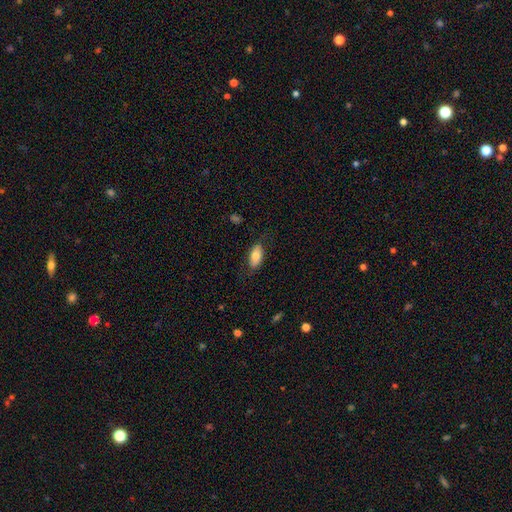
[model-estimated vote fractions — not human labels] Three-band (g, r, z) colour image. It shows a smooth galaxy with no disk features (77%) that is in between round and cigar-shaped (90%). Merging: none (76%).